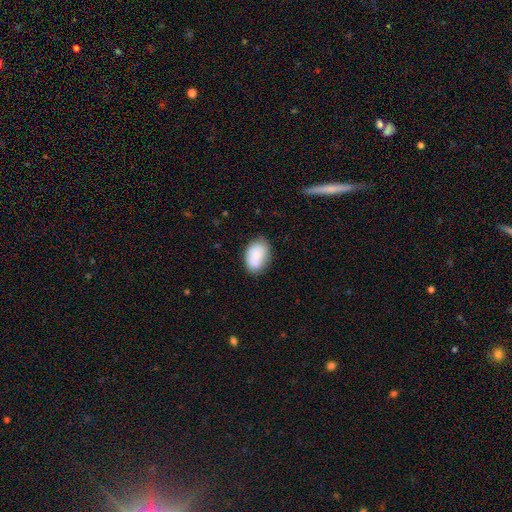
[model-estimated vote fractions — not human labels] The model was most divided on "merging": none: 68%, minor disturbance: 21%, merger: 7%, major disturbance: 5%. More confident: how rounded — in between (85%); smooth or featured — smooth (76%).